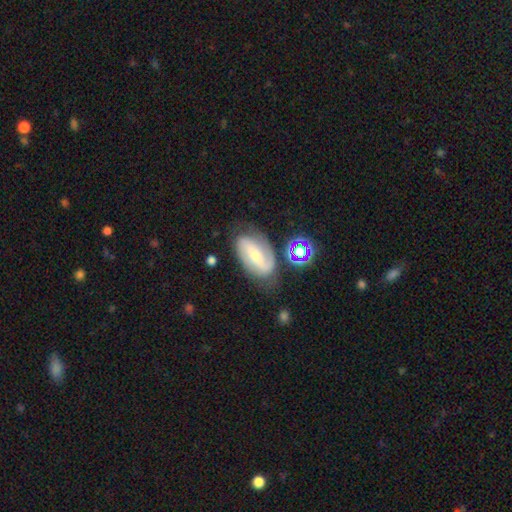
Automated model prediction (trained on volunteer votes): Overall: featured or disk (71%). Edge-on disk: no (93%). Bar: strong (51%; weak 30%). Spiral arms: yes (87%). Spiral arm count: 2 (82%). Spiral winding: medium (41%; loose 33%). Bulge size: small (56%; moderate 38%). Merging: none (69%).